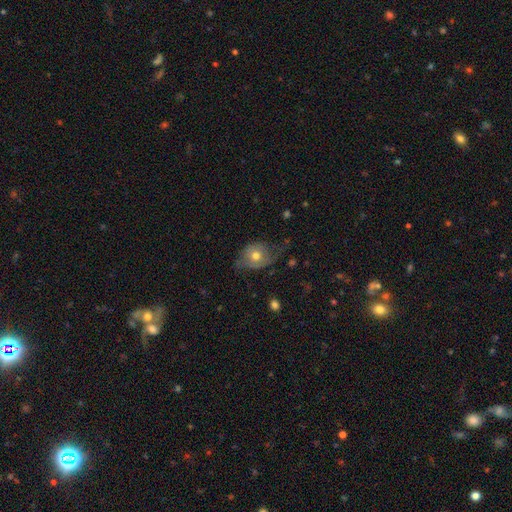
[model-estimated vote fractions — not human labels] Smooth or featured? smooth (52%)
How rounded? round (53%)
Merging? none (38%)